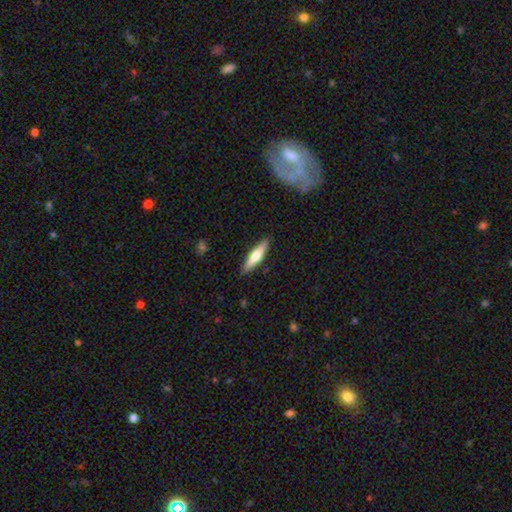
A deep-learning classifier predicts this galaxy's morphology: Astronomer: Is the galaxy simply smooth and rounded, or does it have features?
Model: smooth — 52% (runner-up: featured or disk, 42%).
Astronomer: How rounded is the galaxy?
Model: cigar-shaped — 79%.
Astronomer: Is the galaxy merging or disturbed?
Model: none — 89%.